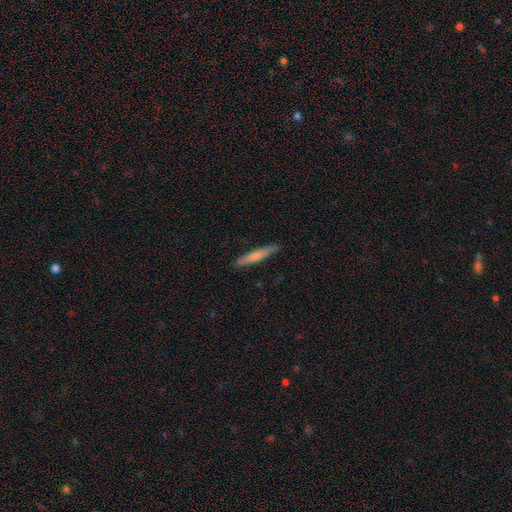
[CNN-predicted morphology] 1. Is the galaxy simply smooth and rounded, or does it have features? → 65% smooth, 30% featured or disk, 6% star or artifact.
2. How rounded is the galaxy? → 94% cigar-shaped, 4% in between, 1% round.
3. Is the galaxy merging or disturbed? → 89% none, 9% minor disturbance, 2% major disturbance, 1% merger.